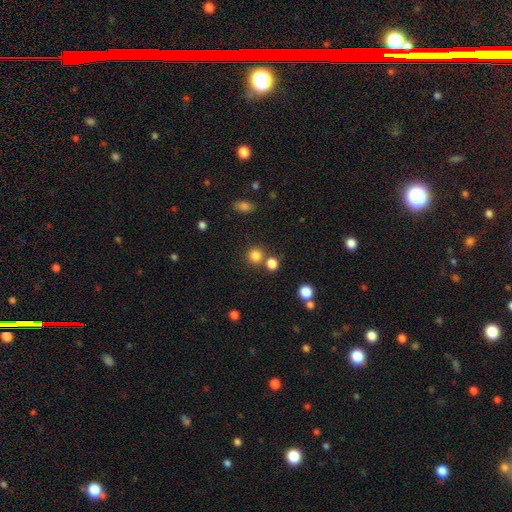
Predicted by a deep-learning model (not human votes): smooth-or-featured: smooth: 81% | star or artifact: 13% | featured or disk: 5%
  how-rounded: round: 90% | in between: 9% | cigar-shaped: 1%
  merging: none: 73% | merger: 17% | minor disturbance: 8% | major disturbance: 3%